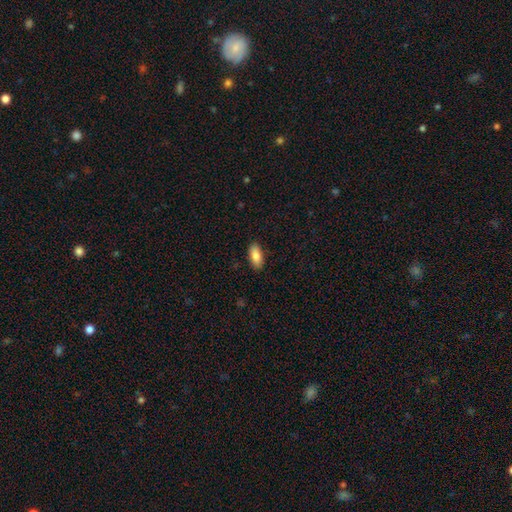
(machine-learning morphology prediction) type=smooth (85%); roundness=in between (87%); merging=none (89%).